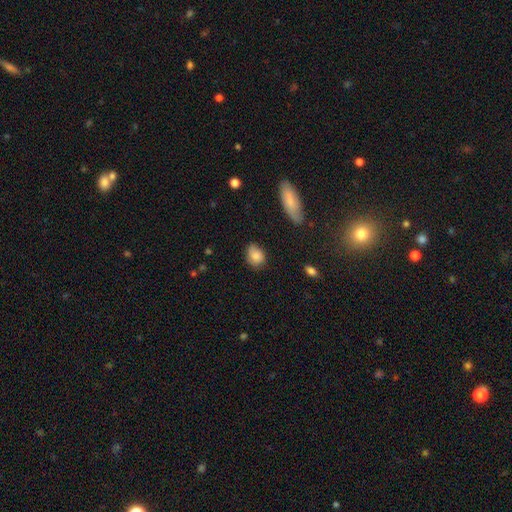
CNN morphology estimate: Q: Smooth or featured?
A: smooth (82%); runner-up: featured or disk (10%)
Q: How rounded?
A: in between (57%); runner-up: round (41%)
Q: Merging?
A: none (73%); runner-up: minor disturbance (21%)